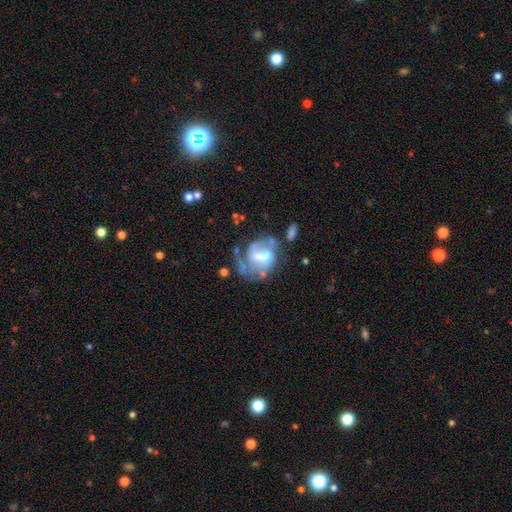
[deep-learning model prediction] featured or disk 62%, smooth 29%, star or artifact 9%. Down the decision tree: edge-on disk — no (97%); bar — no (42%); spiral arms — yes (53%); bulge size — moderate (36%); merging — major disturbance (36%).